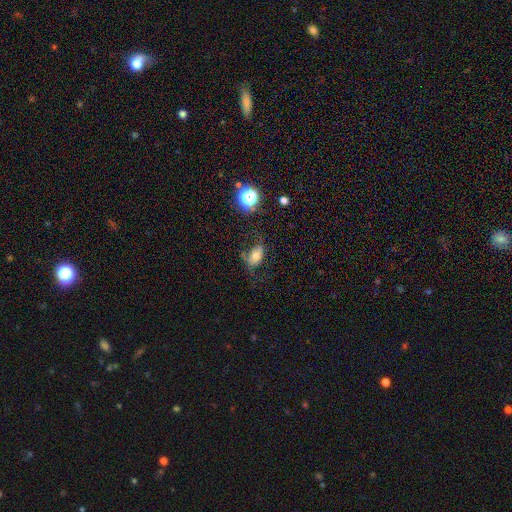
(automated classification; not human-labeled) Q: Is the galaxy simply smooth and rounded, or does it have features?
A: smooth — 54%.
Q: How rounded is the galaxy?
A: in between — 81%.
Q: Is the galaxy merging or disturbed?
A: none — 43%.